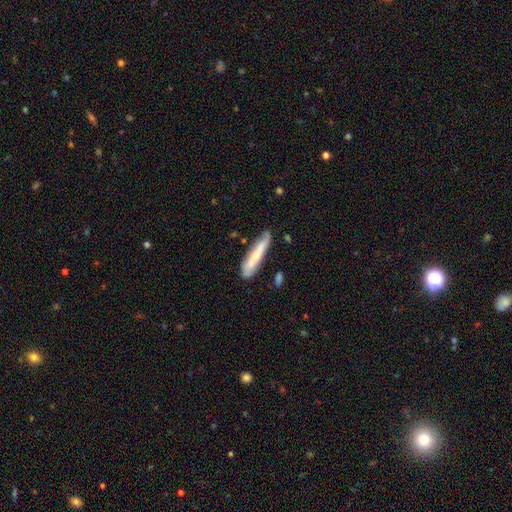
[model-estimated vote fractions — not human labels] smooth 55%, featured or disk 39%, star or artifact 6%. Down the decision tree: how rounded — cigar-shaped (87%); merging — none (69%).